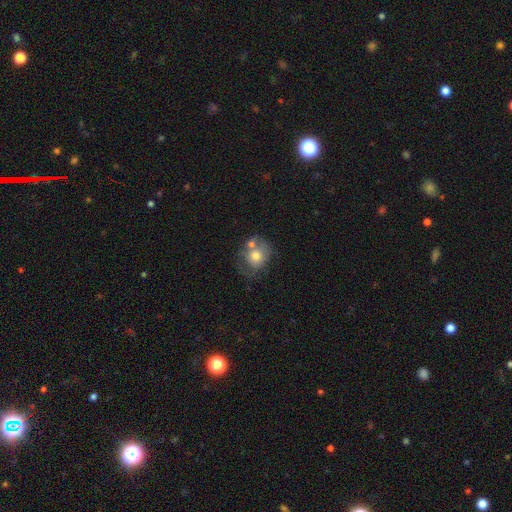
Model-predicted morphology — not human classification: Smooth or featured?
  - smooth: 64% *
  - featured or disk: 28%
  - star or artifact: 9%
How rounded?
  - round: 71% *
  - in between: 29%
  - cigar-shaped: 1%
Merging?
  - none: 37% *
  - merger: 29%
  - minor disturbance: 21%
  - major disturbance: 14%